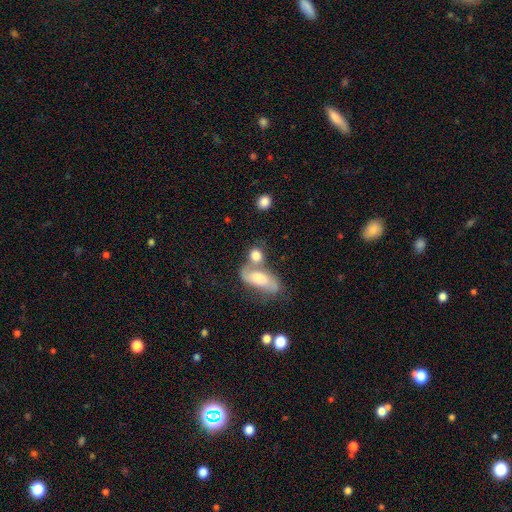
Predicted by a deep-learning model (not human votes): smooth 69%, featured or disk 22%, star or artifact 9%. Down the decision tree: how rounded — in between (50%); merging — merger (46%).